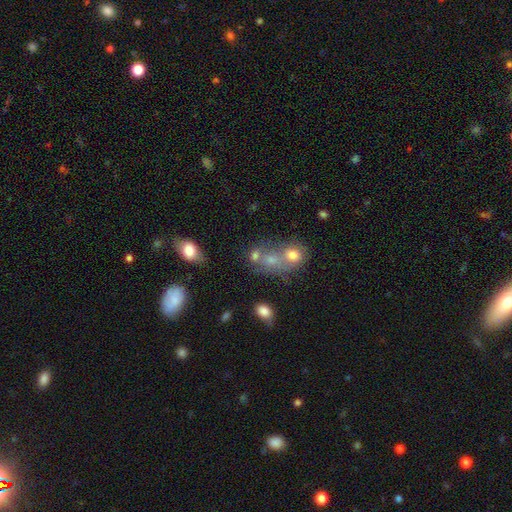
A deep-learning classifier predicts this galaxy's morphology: type=smooth (50%); roundness=round (64%); merging=merger (51%).